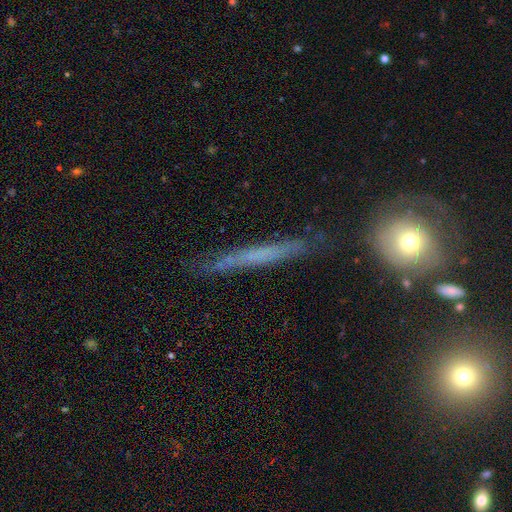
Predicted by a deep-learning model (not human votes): This appears to be a featured or disk galaxy (46%). Merging: none (75%).